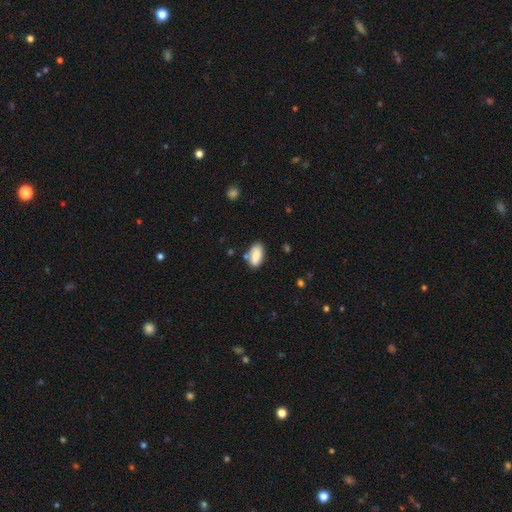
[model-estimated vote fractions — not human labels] smooth-or-featured: smooth: 84% | featured or disk: 8% | star or artifact: 7%
  how-rounded: in between: 90% | cigar-shaped: 7% | round: 3%
  merging: none: 69% | minor disturbance: 18% | merger: 9% | major disturbance: 4%